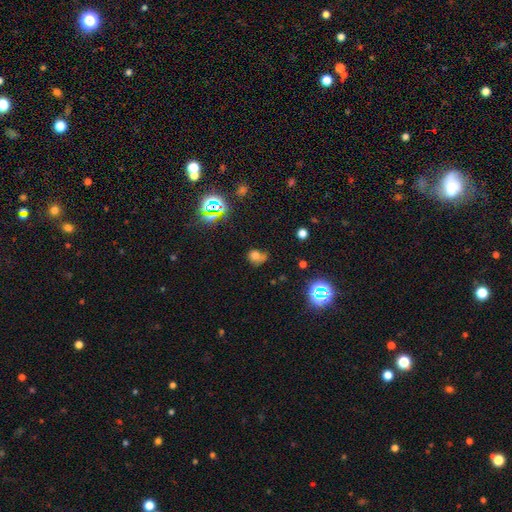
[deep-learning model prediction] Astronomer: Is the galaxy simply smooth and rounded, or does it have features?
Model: smooth — 63%.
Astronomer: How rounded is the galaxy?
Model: round — 67%.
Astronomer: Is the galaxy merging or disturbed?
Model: none — 41% (runner-up: minor disturbance, 25%).